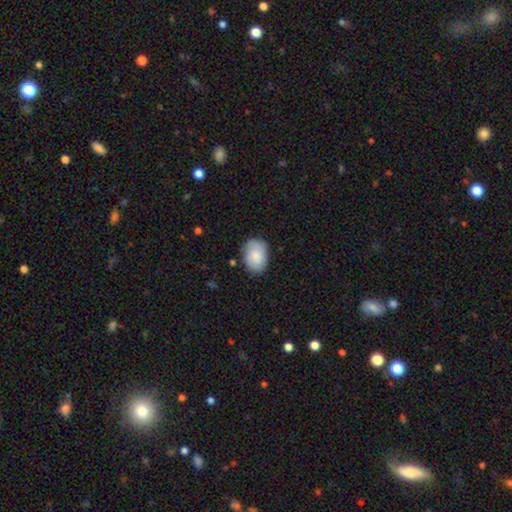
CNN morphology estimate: This is likely a smooth galaxy (79%). How rounded: likely in between (73%). Merging: likely none (70%).